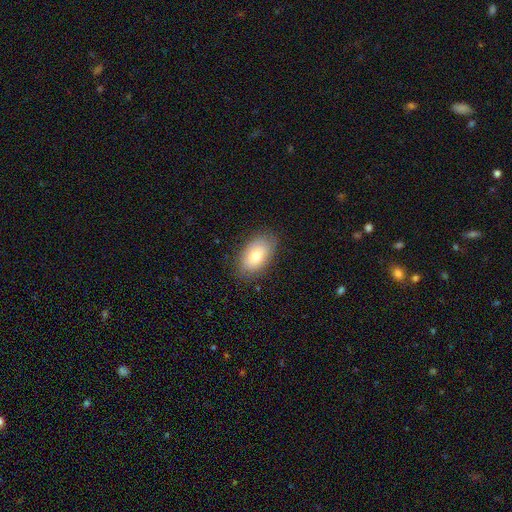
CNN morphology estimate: Smooth or featured? smooth (75%)
How rounded? in between (93%)
Merging? none (83%)